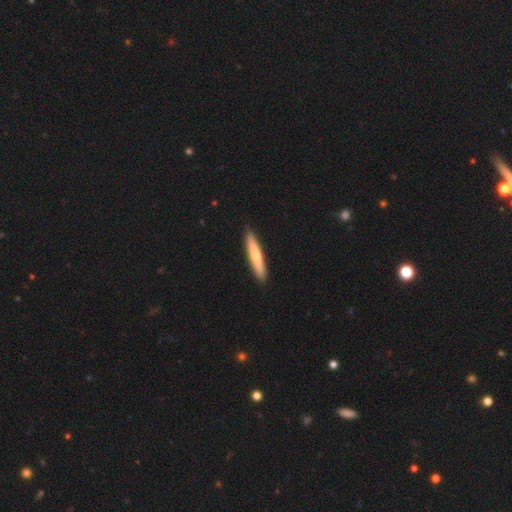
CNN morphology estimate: Overall: smooth (63%; featured or disk 32%). How rounded: cigar-shaped (92%). Merging: none (91%).